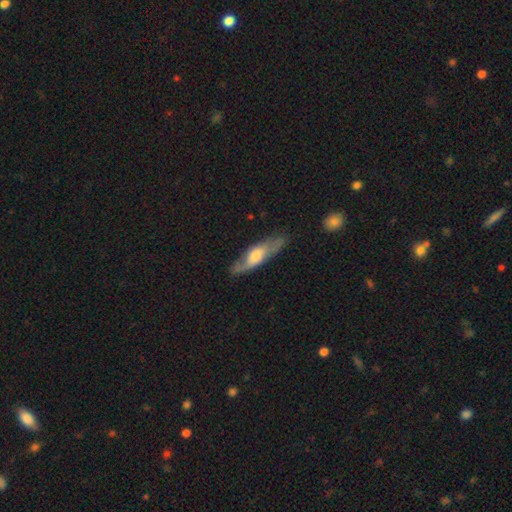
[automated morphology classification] Smooth or featured? Predicted: featured or disk (p=0.57). Edge-on disk? Predicted: yes (p=0.53). Merging? Predicted: none (p=0.76).